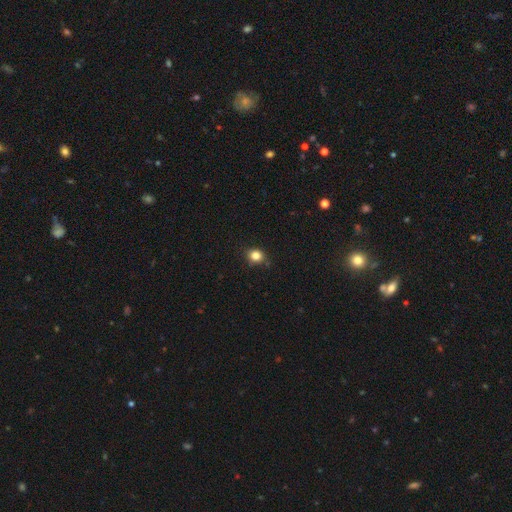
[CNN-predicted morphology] Smooth or featured? smooth (83%)
How rounded? round (76%)
Merging? none (85%)